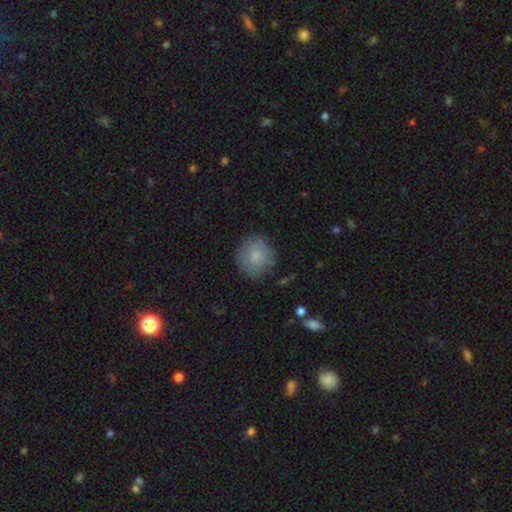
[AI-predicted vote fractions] Smooth or featured?
  - smooth: 81% *
  - featured or disk: 11%
  - star or artifact: 8%
How rounded?
  - round: 90% *
  - in between: 10%
  - cigar-shaped: 1%
Merging?
  - none: 79% *
  - minor disturbance: 15%
  - major disturbance: 4%
  - merger: 1%